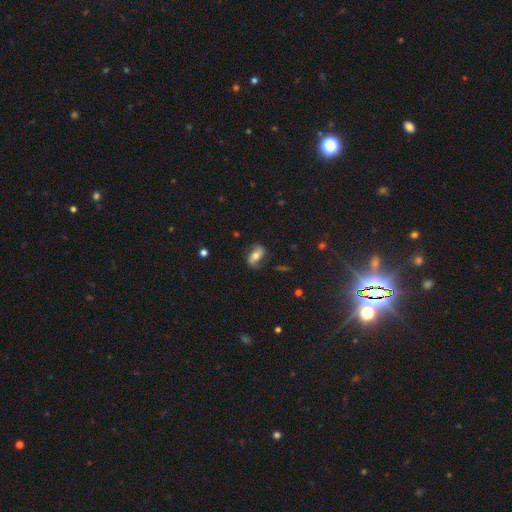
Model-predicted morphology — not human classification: Smooth or featured? featured or disk (55%)
Edge-on disk? no (92%)
Bar? no (43%)
Spiral arms? yes (84%)
Bulge size? moderate (63%)
Merging? none (71%)